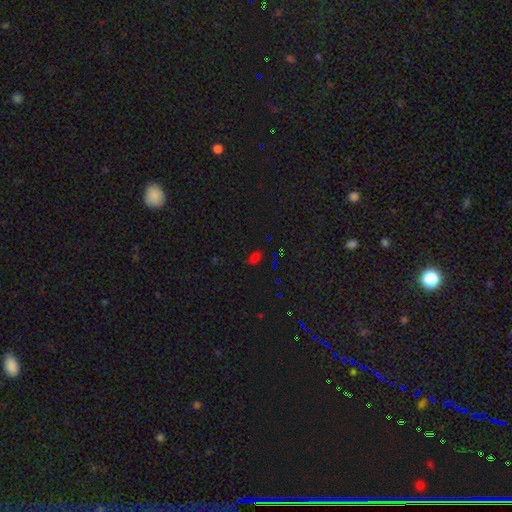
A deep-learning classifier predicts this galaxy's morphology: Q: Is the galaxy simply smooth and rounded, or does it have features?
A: smooth — 60%.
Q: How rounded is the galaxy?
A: in between — 85%.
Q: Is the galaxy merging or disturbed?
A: none — 82%.